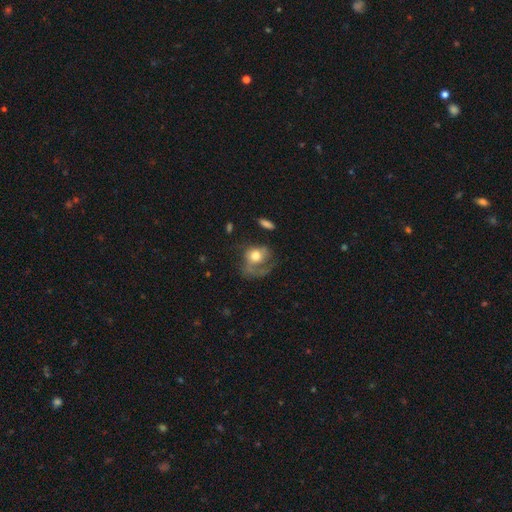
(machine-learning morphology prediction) Smooth or featured: featured or disk — 48% (smooth — 44%)
Merging: major disturbance — 49% (none — 29%)